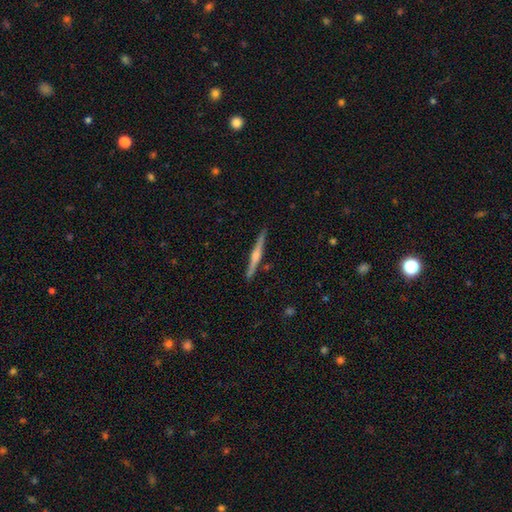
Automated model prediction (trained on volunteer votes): A featured or disk galaxy (74%) viewed edge-on (98%) with a rounded central bulge (78%).

Vote fractions:
- Smooth or featured? featured or disk: 74% / smooth: 20% / star or artifact: 6%
- Edge-on disk? yes: 98% / no: 2%
- Edge-on bulge? rounded: 78% / none: 11% / boxy: 11%
- Merging? none: 91% / minor disturbance: 6% / merger: 1% / major disturbance: 1%